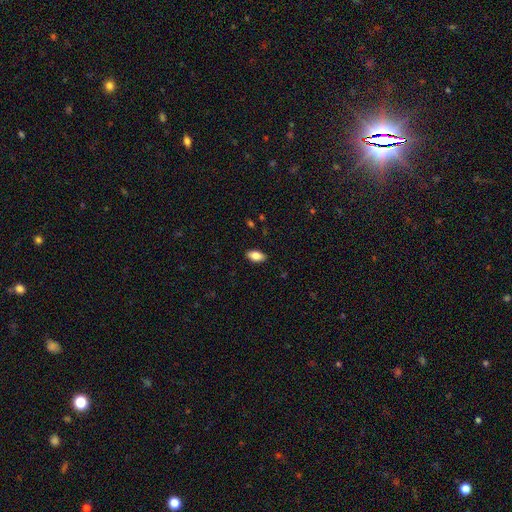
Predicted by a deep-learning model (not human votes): Morphology: type=smooth (84%); roundness=in between (92%); merging=none (89%).